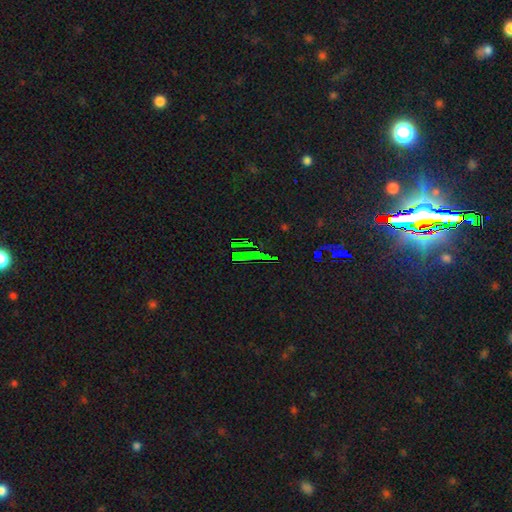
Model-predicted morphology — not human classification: A star or artifact, not a galaxy (76%).